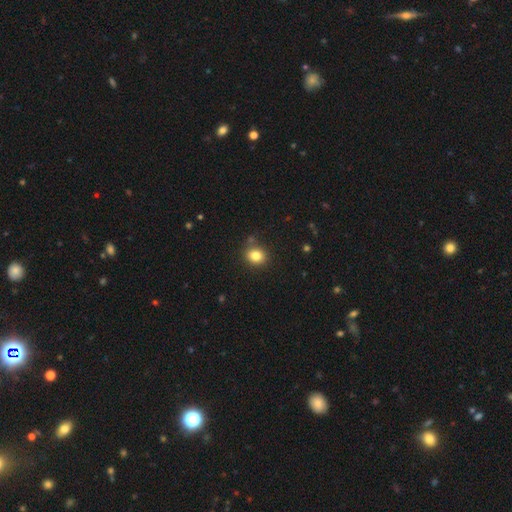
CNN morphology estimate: Smooth or featured?
  - smooth: 83% *
  - star or artifact: 11%
  - featured or disk: 6%
How rounded?
  - round: 67% *
  - in between: 32%
  - cigar-shaped: 1%
Merging?
  - none: 83% *
  - minor disturbance: 10%
  - merger: 4%
  - major disturbance: 3%